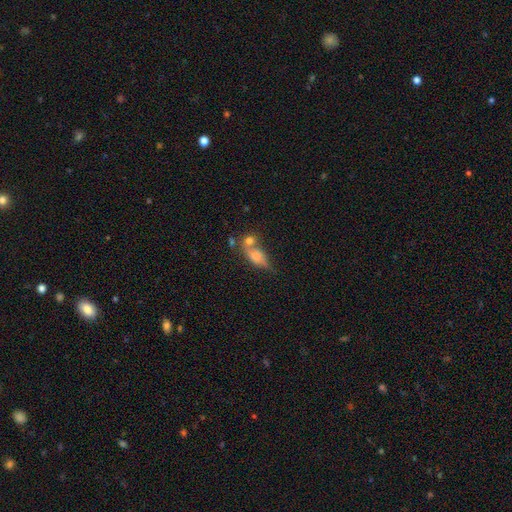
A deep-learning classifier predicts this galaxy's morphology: This appears to be a smooth galaxy with no disk features (54%) that is in between round and cigar-shaped (63%). Merging: none (39%).